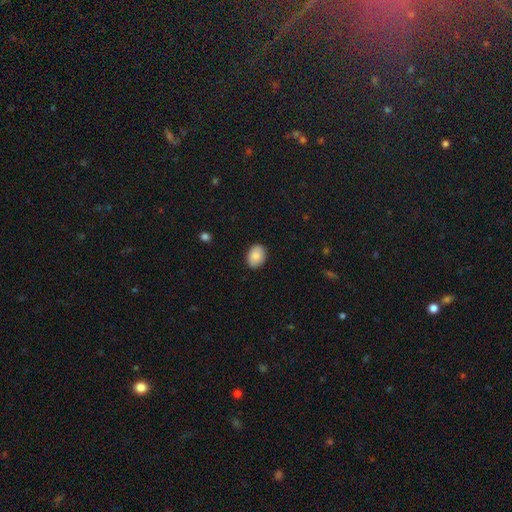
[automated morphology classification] type=smooth (87%); roundness=in between (74%); merging=none (87%).